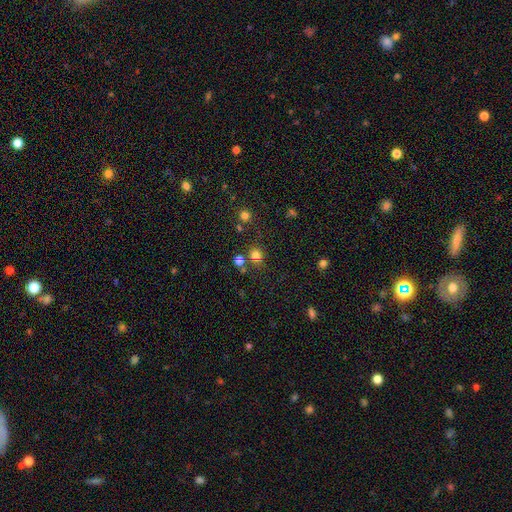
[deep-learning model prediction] A smooth galaxy with no disk features (75%) that is round (84%). Merging: none (73%).